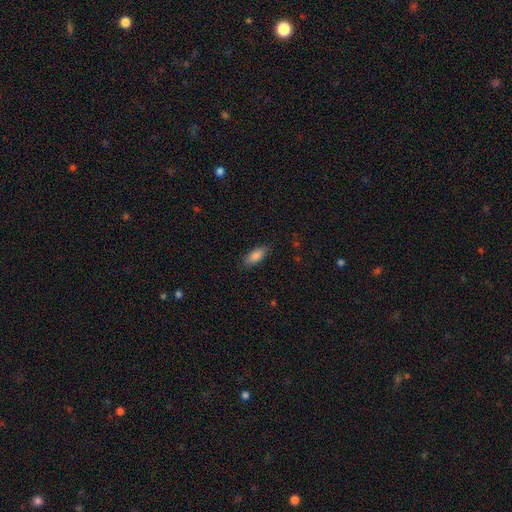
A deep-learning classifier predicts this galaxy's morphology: The model was most divided on "how rounded": in between: 74%, cigar-shaped: 24%, round: 2%. More confident: smooth or featured — smooth (84%); merging — none (83%).